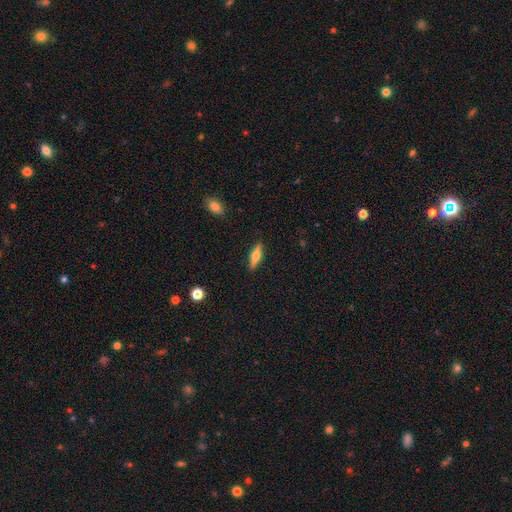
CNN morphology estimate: This appears to be a smooth galaxy with no disk features (49%). Merging: none (89%).